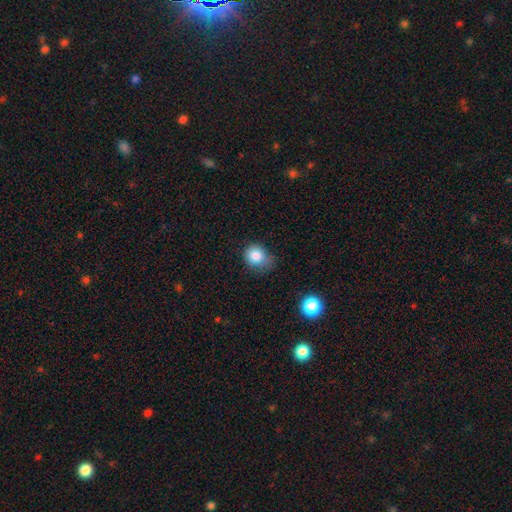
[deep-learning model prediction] Smooth or featured? smooth (82%)
How rounded? round (72%)
Merging? none (53%)